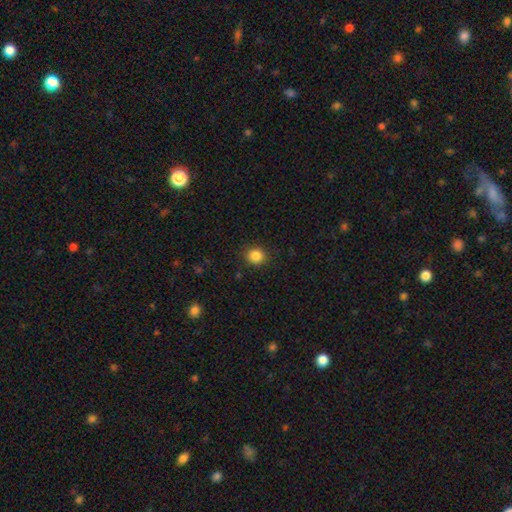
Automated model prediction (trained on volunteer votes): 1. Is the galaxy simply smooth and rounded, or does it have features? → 85% smooth, 11% star or artifact, 4% featured or disk.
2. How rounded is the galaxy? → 85% round, 14% in between, 1% cigar-shaped.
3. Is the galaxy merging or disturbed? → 89% none, 7% minor disturbance, 2% major disturbance, 1% merger.